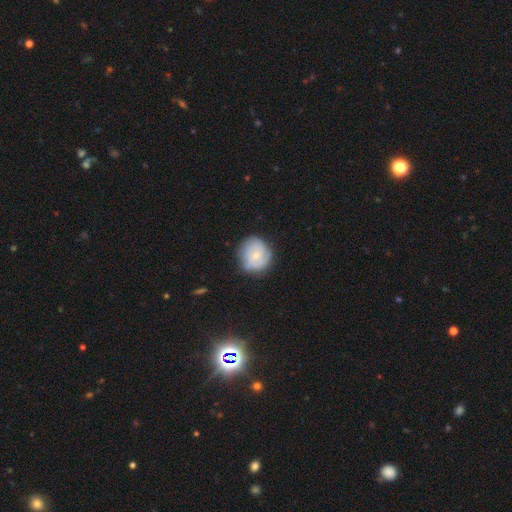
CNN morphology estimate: Overall: smooth (53%; featured or disk 40%). How rounded: round (86%). Merging: none (73%).